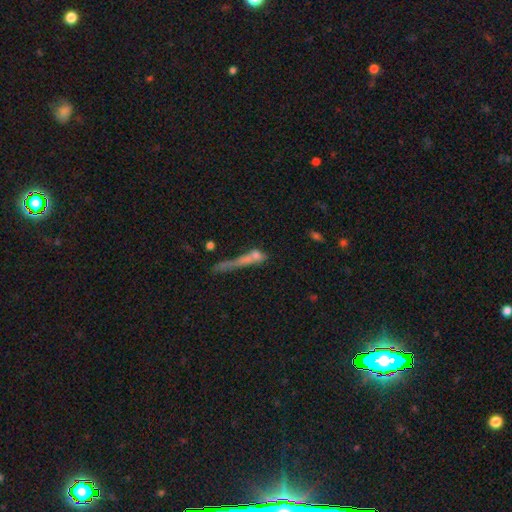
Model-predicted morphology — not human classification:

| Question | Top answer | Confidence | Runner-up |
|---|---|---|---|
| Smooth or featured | smooth | 56% | featured or disk (29%) |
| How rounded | cigar-shaped | 66% | in between (22%) |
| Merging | merger | 32% | none (28%) |